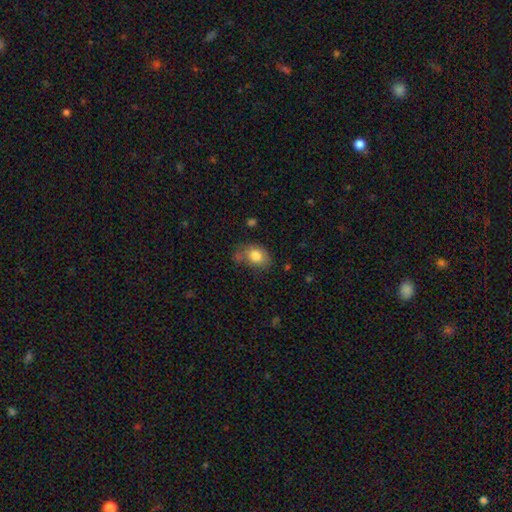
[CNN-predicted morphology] smooth-or-featured: smooth: 81% | featured or disk: 11% | star or artifact: 8%
  how-rounded: in between: 73% | round: 26% | cigar-shaped: 1%
  merging: none: 52% | minor disturbance: 31% | major disturbance: 12% | merger: 6%